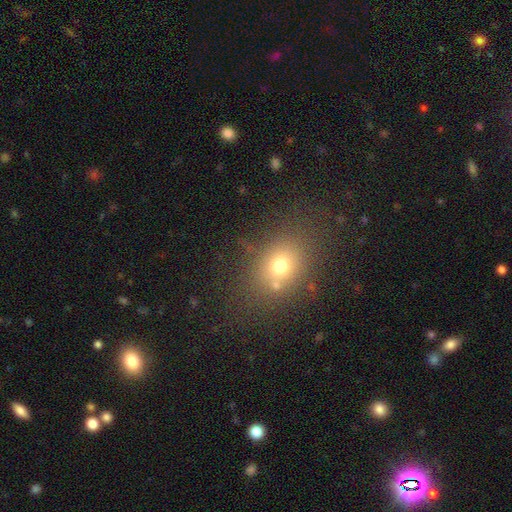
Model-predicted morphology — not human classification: smooth_or_featured: smooth (p=0.64) [alt: star or artifact p=0.23]
how_rounded: in between (p=0.51) [alt: round p=0.47]
merging: none (p=0.76) [alt: minor disturbance p=0.12]